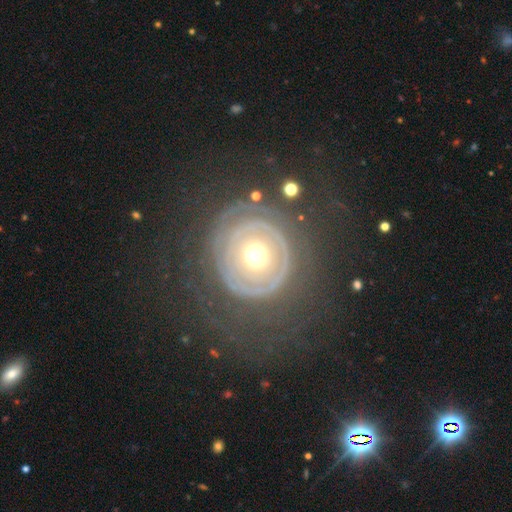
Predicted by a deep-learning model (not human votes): Morphology: type=featured or disk (73%); edge-on=no (95%); bar=no (87%); spiral arms=yes (58%); bulge=moderate (67%); merging=none (71%).